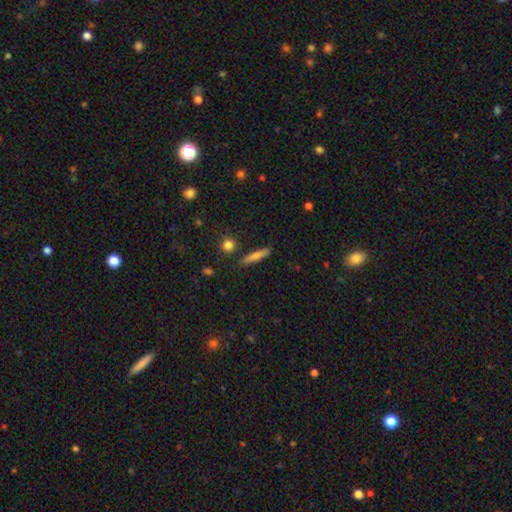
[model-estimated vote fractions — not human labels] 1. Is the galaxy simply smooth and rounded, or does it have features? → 68% smooth, 25% featured or disk, 8% star or artifact.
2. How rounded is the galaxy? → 86% cigar-shaped, 11% in between, 3% round.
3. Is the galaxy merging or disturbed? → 86% none, 9% minor disturbance, 3% merger, 2% major disturbance.